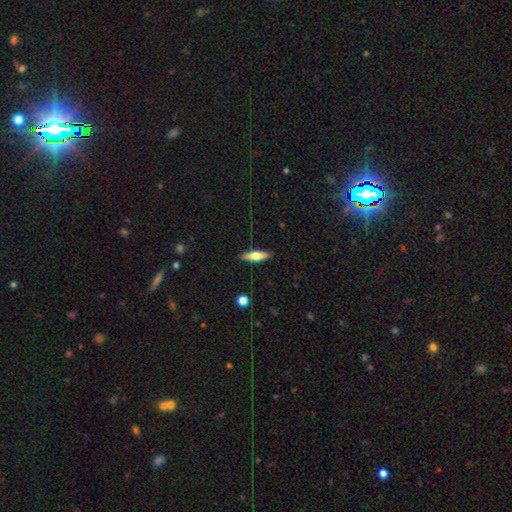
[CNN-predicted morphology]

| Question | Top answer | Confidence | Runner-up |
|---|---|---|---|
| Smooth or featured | smooth | 59% | featured or disk (34%) |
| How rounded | cigar-shaped | 60% | in between (38%) |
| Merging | none | 89% | minor disturbance (8%) |